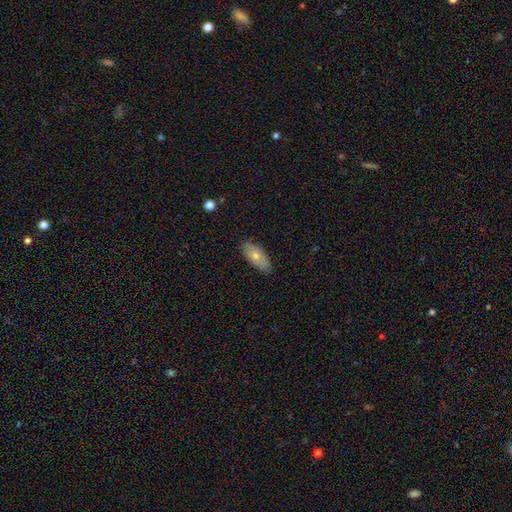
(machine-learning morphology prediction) This is likely a smooth galaxy (63%). How rounded: clearly in between (87%). Merging: clearly none (87%).